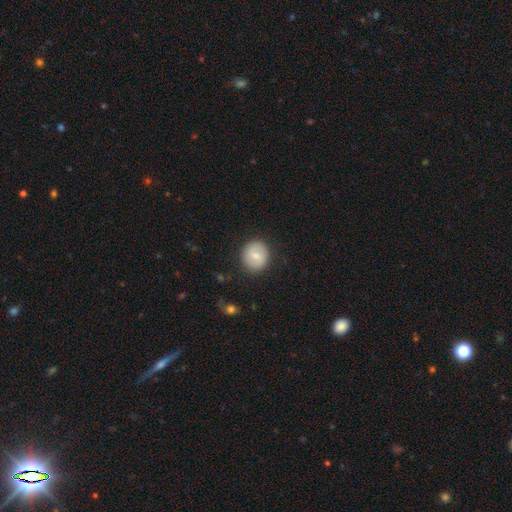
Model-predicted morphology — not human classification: Q: Smooth or featured?
A: smooth (66%); runner-up: featured or disk (27%)
Q: How rounded?
A: round (85%); runner-up: in between (14%)
Q: Merging?
A: none (86%); runner-up: minor disturbance (10%)